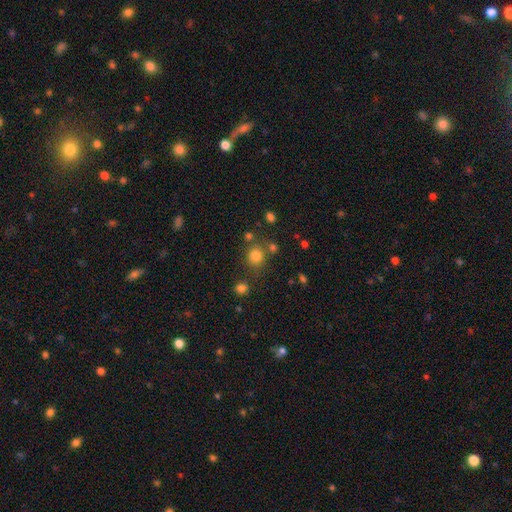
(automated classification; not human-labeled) This is likely a smooth galaxy (79%). How rounded: clearly round (86%). Merging: likely none (74%).